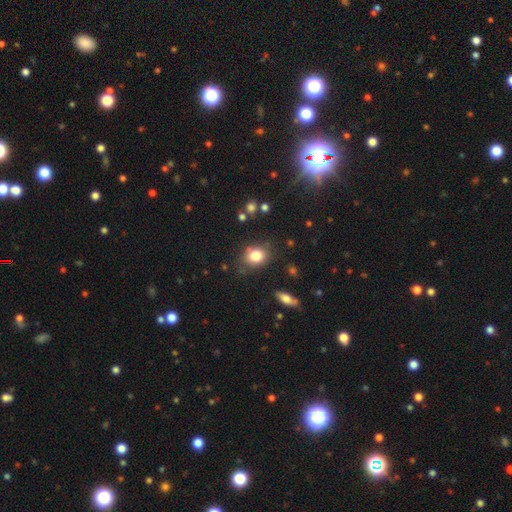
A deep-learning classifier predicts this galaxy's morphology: Q: Smooth or featured?
A: smooth (82%); runner-up: star or artifact (10%)
Q: How rounded?
A: round (55%); runner-up: in between (44%)
Q: Merging?
A: none (75%); runner-up: minor disturbance (17%)